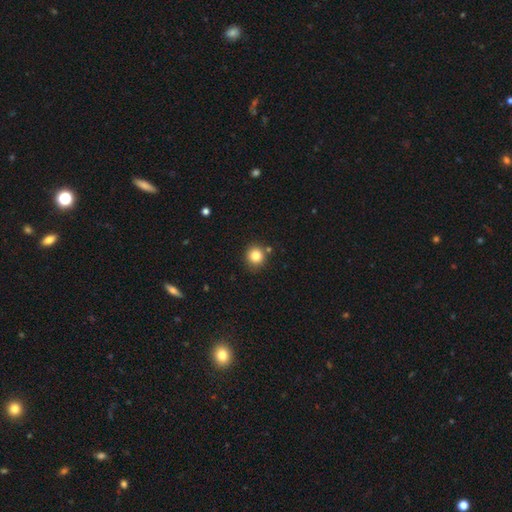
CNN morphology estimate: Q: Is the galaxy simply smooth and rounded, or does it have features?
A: smooth — 83%.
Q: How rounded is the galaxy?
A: round — 91%.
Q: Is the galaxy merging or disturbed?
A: none — 83%.